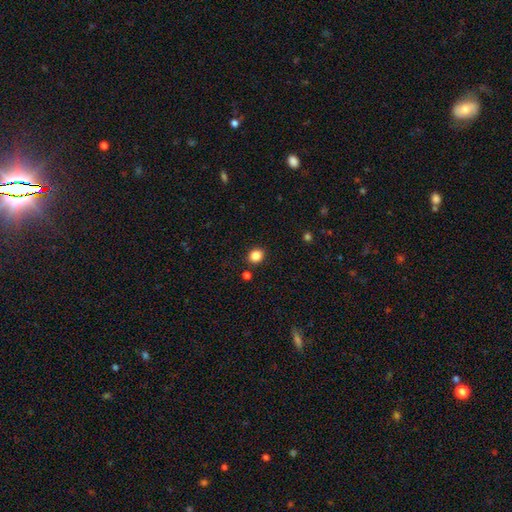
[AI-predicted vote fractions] Overall: smooth (85%). How rounded: round (70%). Merging: none (88%).